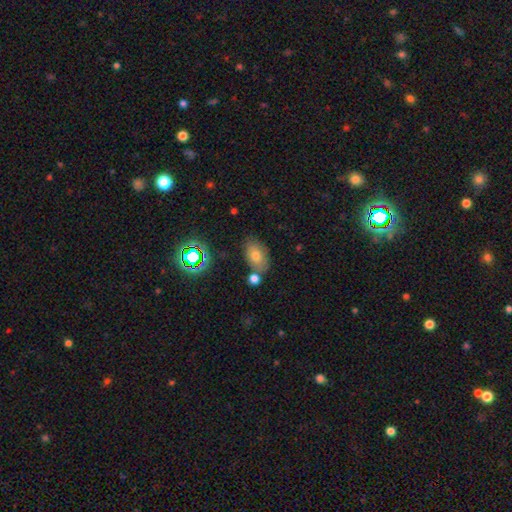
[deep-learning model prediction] Smooth or featured?
  - smooth: 69% *
  - featured or disk: 16%
  - star or artifact: 15%
How rounded?
  - in between: 87% *
  - round: 11%
  - cigar-shaped: 2%
Merging?
  - none: 69% *
  - minor disturbance: 15%
  - merger: 12%
  - major disturbance: 4%